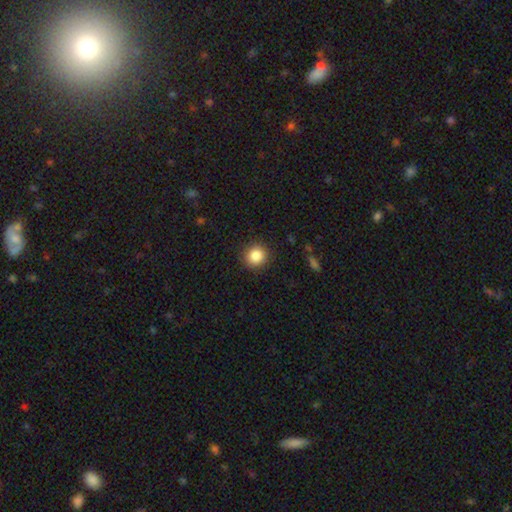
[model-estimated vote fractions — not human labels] The model was most divided on "smooth or featured": smooth: 85%, star or artifact: 10%, featured or disk: 5%. More confident: how rounded — round (91%); merging — none (90%).